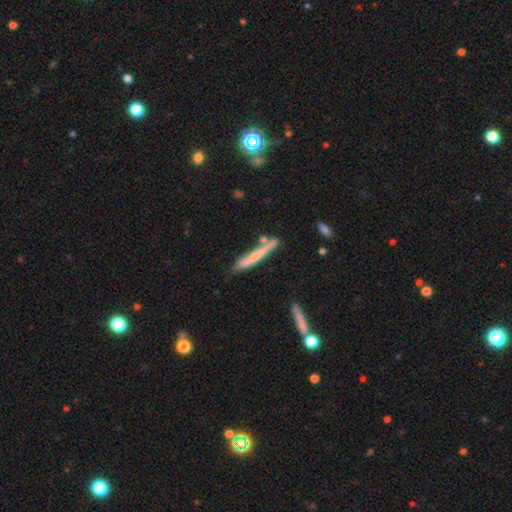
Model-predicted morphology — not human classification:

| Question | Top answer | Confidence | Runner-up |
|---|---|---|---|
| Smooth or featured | smooth | 51% | featured or disk (43%) |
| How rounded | cigar-shaped | 95% | in between (3%) |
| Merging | none | 71% | minor disturbance (17%) |